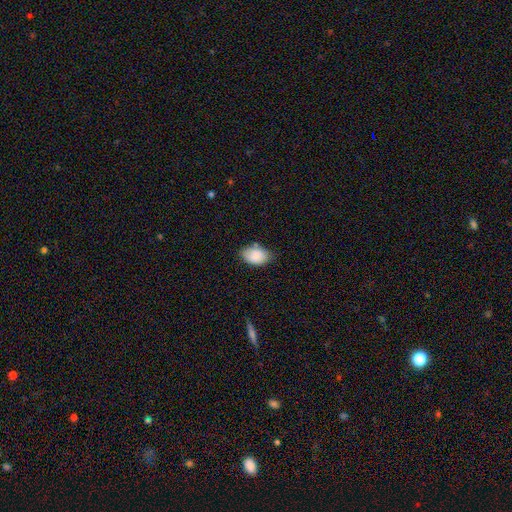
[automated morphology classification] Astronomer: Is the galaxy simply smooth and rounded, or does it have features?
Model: smooth — 88%.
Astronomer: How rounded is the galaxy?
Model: in between — 89%.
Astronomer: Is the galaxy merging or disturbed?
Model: none — 69%.